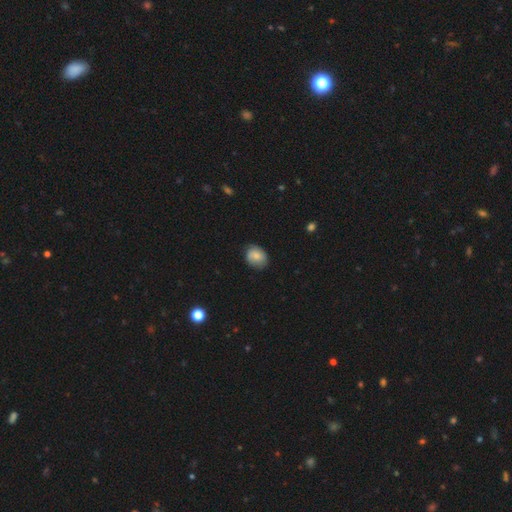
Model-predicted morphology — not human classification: smooth_or_featured: smooth (p=0.75) [alt: featured or disk p=0.17]
how_rounded: round (p=0.52) [alt: in between p=0.47]
merging: none (p=0.73) [alt: minor disturbance p=0.22]